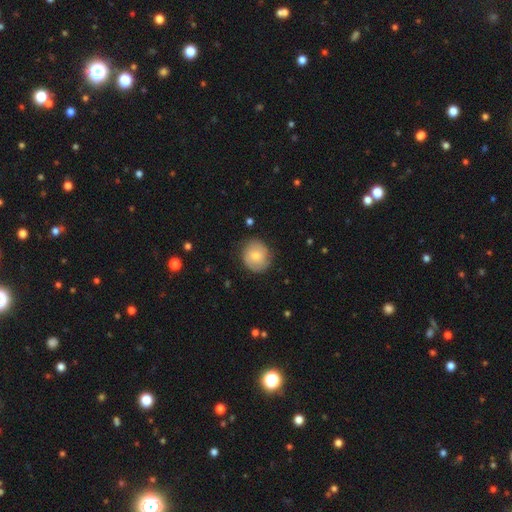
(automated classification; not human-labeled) Q: Smooth or featured?
A: smooth (61%); runner-up: featured or disk (32%)
Q: How rounded?
A: round (85%); runner-up: in between (14%)
Q: Merging?
A: none (80%); runner-up: minor disturbance (15%)